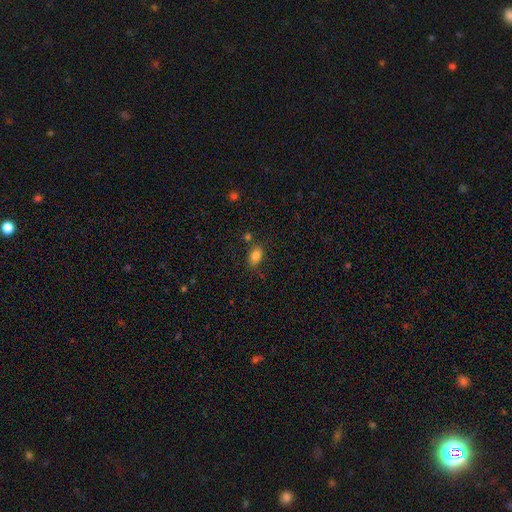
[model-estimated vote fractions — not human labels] A smooth galaxy with no disk features (83%) that is in between round and cigar-shaped (84%).

Vote fractions:
- Smooth or featured? smooth: 83% / star or artifact: 10% / featured or disk: 7%
- How rounded? in between: 84% / round: 14% / cigar-shaped: 2%
- Merging? none: 73% / minor disturbance: 15% / merger: 8% / major disturbance: 4%